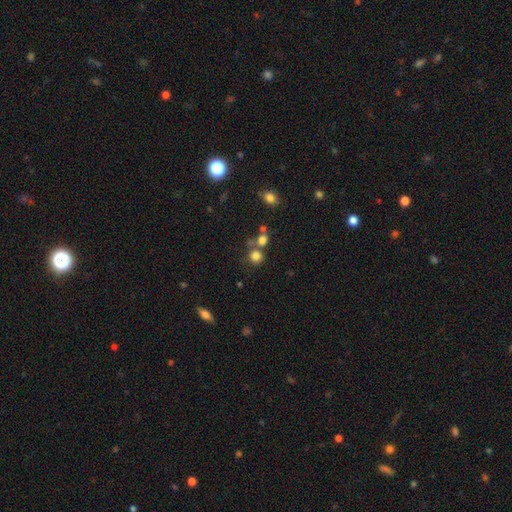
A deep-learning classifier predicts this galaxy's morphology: Smooth or featured: smooth — 78% (star or artifact — 15%)
How rounded: round — 87% (in between — 12%)
Merging: none — 61% (merger — 26%)